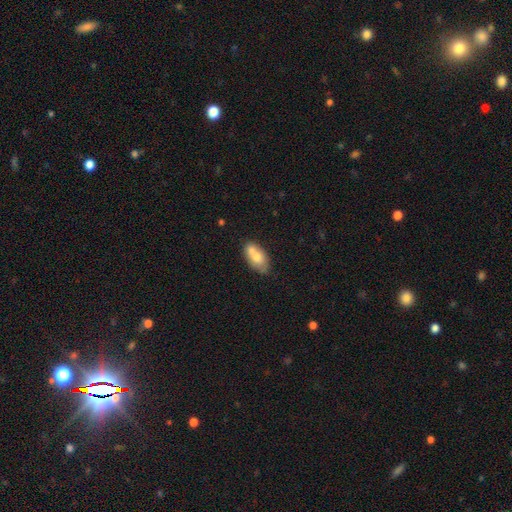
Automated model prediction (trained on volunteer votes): smooth-or-featured: smooth: 69% | featured or disk: 24% | star or artifact: 7%
  how-rounded: in between: 89% | cigar-shaped: 6% | round: 4%
  merging: none: 47% | merger: 30% | minor disturbance: 18% | major disturbance: 5%